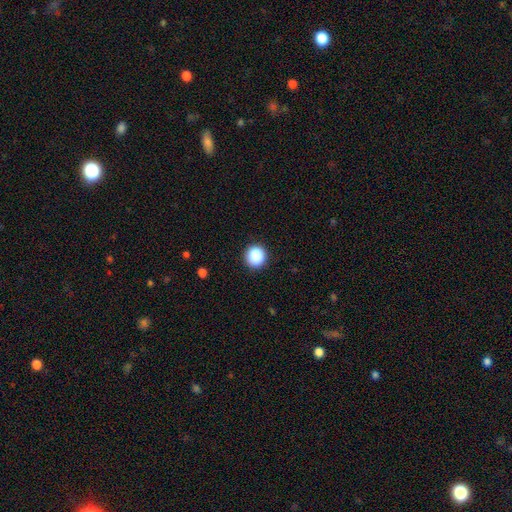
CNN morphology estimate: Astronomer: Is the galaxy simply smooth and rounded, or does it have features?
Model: smooth — 89%.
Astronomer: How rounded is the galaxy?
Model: round — 91%.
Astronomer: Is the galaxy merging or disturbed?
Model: none — 91%.